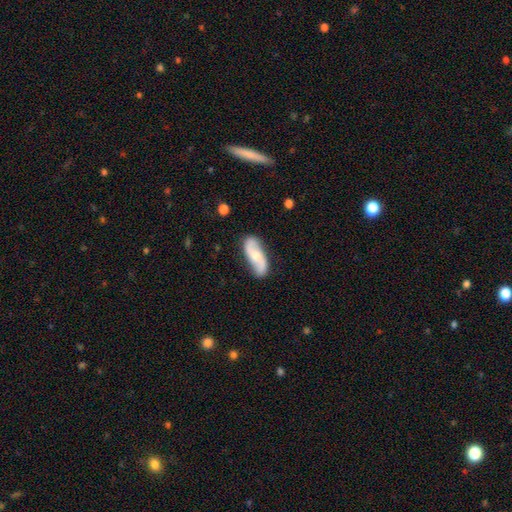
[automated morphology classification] featured or disk 62%, smooth 33%, star or artifact 5%. Down the decision tree: edge-on disk — no (90%); bar — no (64%); spiral arms — yes (89%); bulge size — moderate (60%); merging — none (81%).